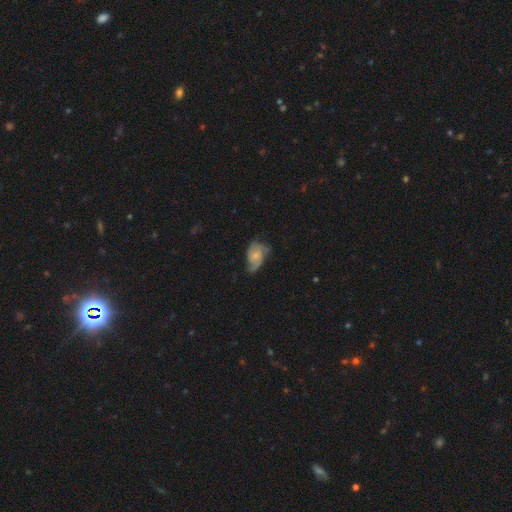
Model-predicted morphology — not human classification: Smooth or featured?
  - featured or disk: 63% *
  - smooth: 30%
  - star or artifact: 7%
Edge-on disk?
  - no: 97% *
  - yes: 3%
Bar?
  - no: 70% *
  - weak: 26%
  - strong: 4%
Spiral arms?
  - yes: 89% *
  - no: 11%
Spiral winding?
  - medium: 44% *
  - tight: 29%
  - loose: 28%
Spiral arm count?
  - 2: 58% *
  - can't tell: 16%
  - 3: 13%
  - 1: 8%
  - 4: 3%
  - more than 4: 2%
Bulge size?
  - small: 61% *
  - moderate: 26%
  - none: 10%
  - large: 2%
  - dominant: 1%
Merging?
  - none: 45% *
  - minor disturbance: 33%
  - major disturbance: 20%
  - merger: 2%